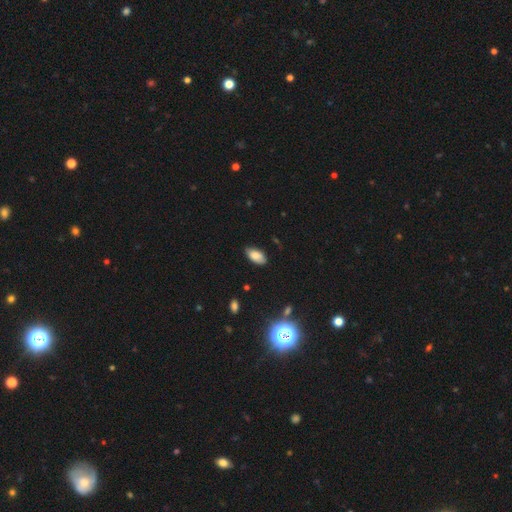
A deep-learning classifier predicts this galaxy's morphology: smooth_or_featured: smooth (p=0.81) [alt: featured or disk p=0.10]
how_rounded: in between (p=0.94) [alt: cigar-shaped p=0.03]
merging: none (p=0.78) [alt: minor disturbance p=0.18]